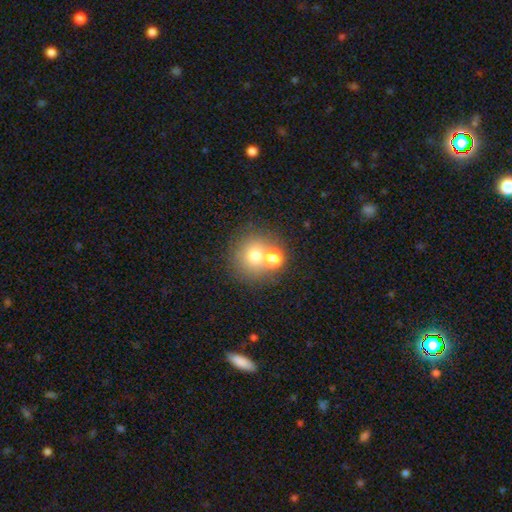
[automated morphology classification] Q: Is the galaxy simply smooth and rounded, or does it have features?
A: smooth — 69%.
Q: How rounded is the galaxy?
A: round — 91%.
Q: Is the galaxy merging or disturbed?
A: none — 58%.